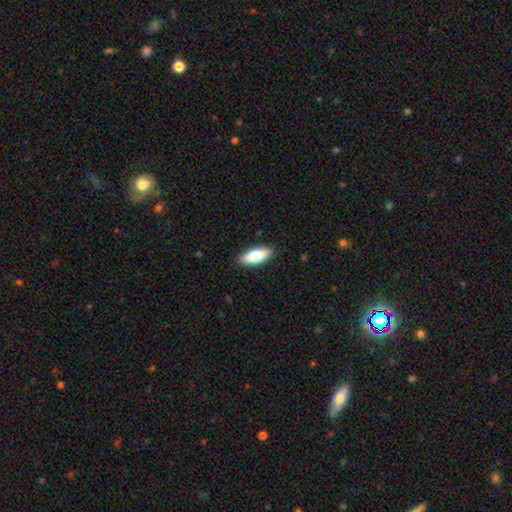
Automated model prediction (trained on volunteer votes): smooth_or_featured: smooth (p=0.79) [alt: featured or disk p=0.15]
how_rounded: in between (p=0.75) [alt: cigar-shaped p=0.23]
merging: none (p=0.89) [alt: minor disturbance p=0.08]